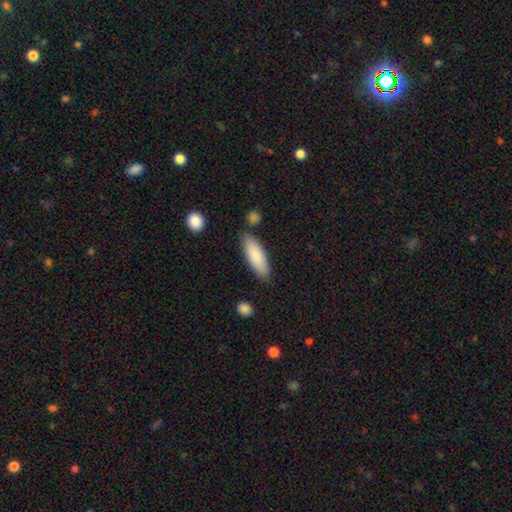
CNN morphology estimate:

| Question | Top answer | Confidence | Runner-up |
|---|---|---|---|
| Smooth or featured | smooth | 85% | featured or disk (10%) |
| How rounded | in between | 59% | cigar-shaped (39%) |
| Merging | none | 80% | minor disturbance (13%) |